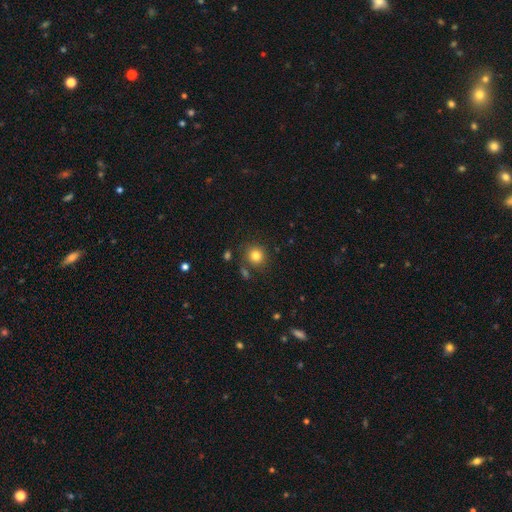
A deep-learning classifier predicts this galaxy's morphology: smooth 81%, star or artifact 12%, featured or disk 7%. Down the decision tree: how rounded — round (89%); merging — none (82%).